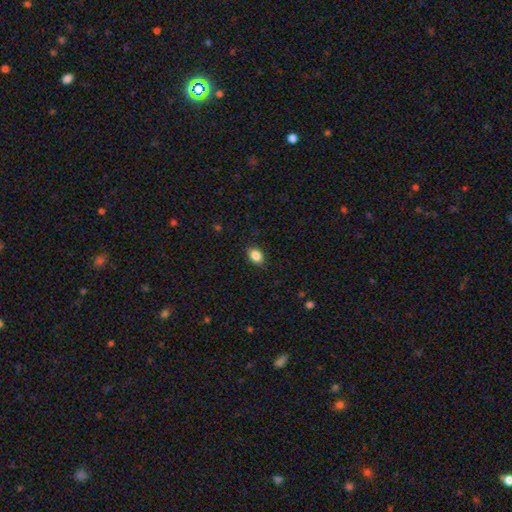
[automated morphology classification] type=smooth (86%); roundness=in between (75%); merging=none (87%).